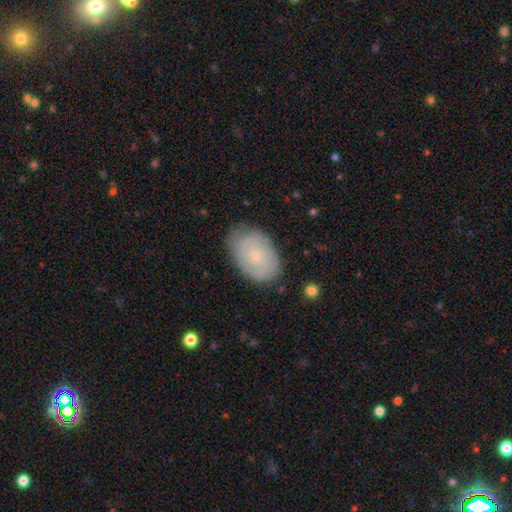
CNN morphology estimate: This is possibly a smooth galaxy (56%). How rounded: clearly in between (87%). Merging: likely none (75%).